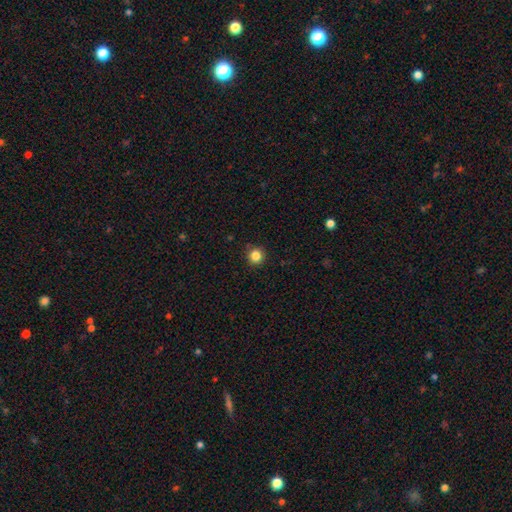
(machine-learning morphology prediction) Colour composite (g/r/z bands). It shows a smooth galaxy with no disk features (84%) that is round (93%). Merging: none (90%).